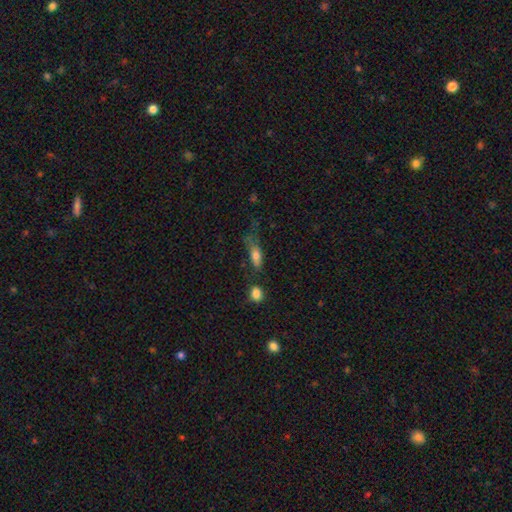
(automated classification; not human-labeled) Smooth or featured?
  - smooth: 73% *
  - featured or disk: 18%
  - star or artifact: 9%
How rounded?
  - in between: 70% *
  - cigar-shaped: 24%
  - round: 6%
Merging?
  - none: 34% *
  - minor disturbance: 30%
  - major disturbance: 26%
  - merger: 9%